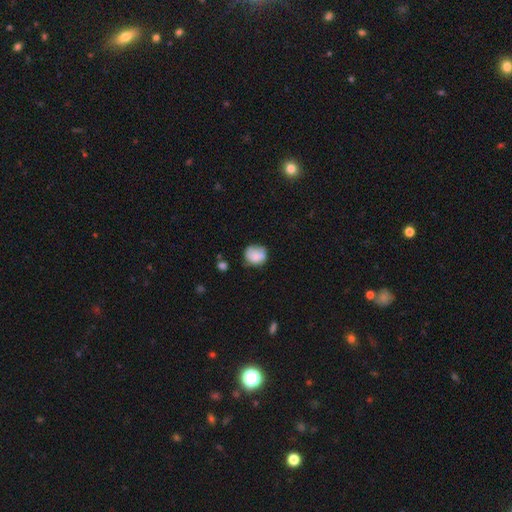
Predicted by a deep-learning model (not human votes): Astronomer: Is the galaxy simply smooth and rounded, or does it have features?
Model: smooth — 70%.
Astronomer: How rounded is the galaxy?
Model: round — 75%.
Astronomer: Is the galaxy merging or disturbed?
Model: none — 54%.